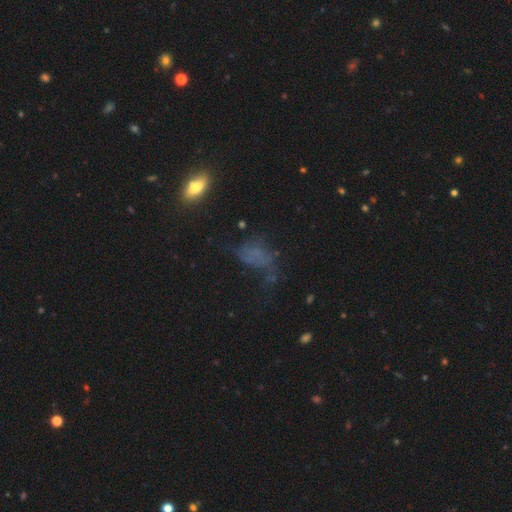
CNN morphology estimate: type=smooth (46%); merging=major disturbance (37%).